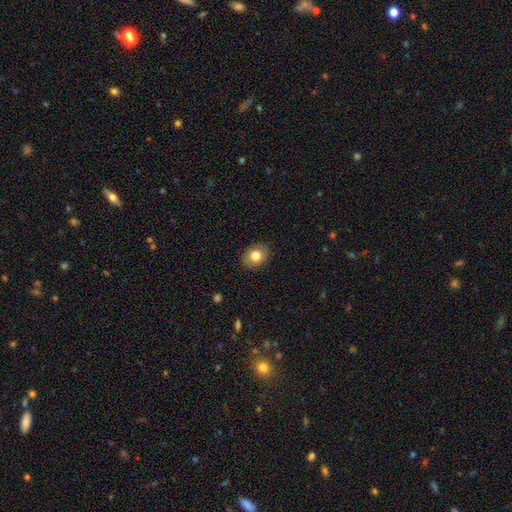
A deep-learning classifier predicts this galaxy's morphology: Q: Smooth or featured?
A: smooth (80%); runner-up: featured or disk (11%)
Q: How rounded?
A: in between (61%); runner-up: round (38%)
Q: Merging?
A: none (88%); runner-up: minor disturbance (9%)